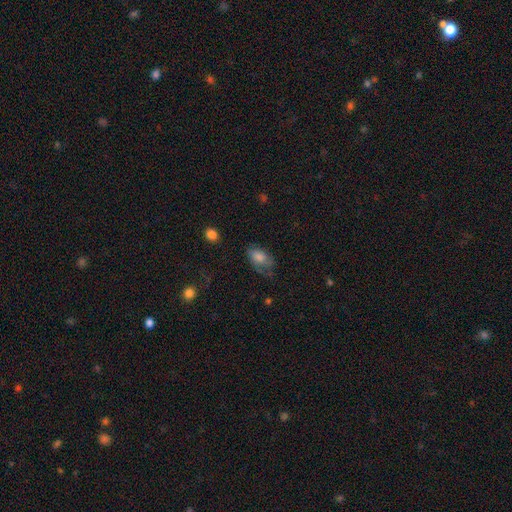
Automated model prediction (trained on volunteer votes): This is possibly a smooth galaxy (57%). How rounded: clearly in between (85%). Merging: possibly none (54%).